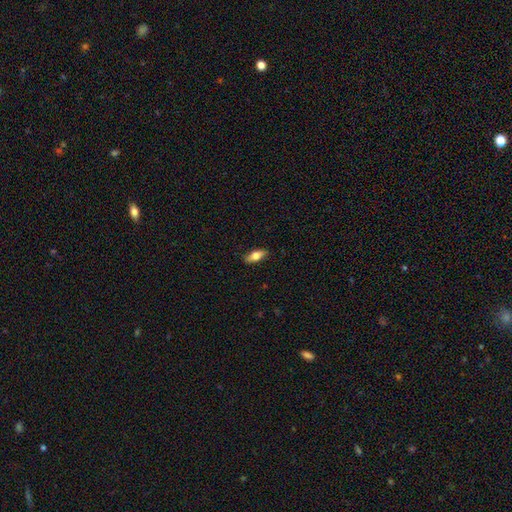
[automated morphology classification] A smooth galaxy with no disk features (68%) that is in between round and cigar-shaped (74%). Merging: none (87%).